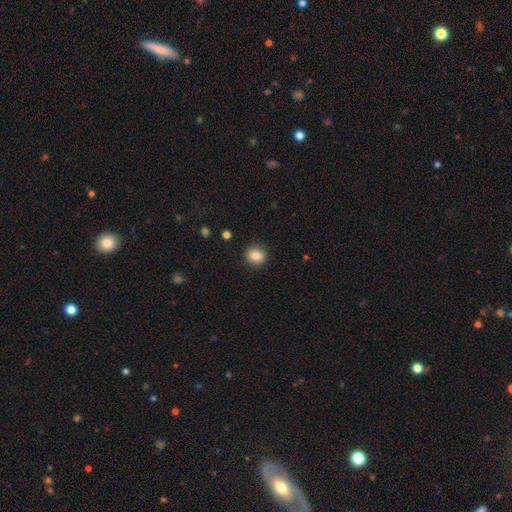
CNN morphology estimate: Smooth or featured?
  - smooth: 84% *
  - star or artifact: 10%
  - featured or disk: 7%
How rounded?
  - round: 81% *
  - in between: 18%
  - cigar-shaped: 1%
Merging?
  - none: 90% *
  - minor disturbance: 7%
  - major disturbance: 2%
  - merger: 1%